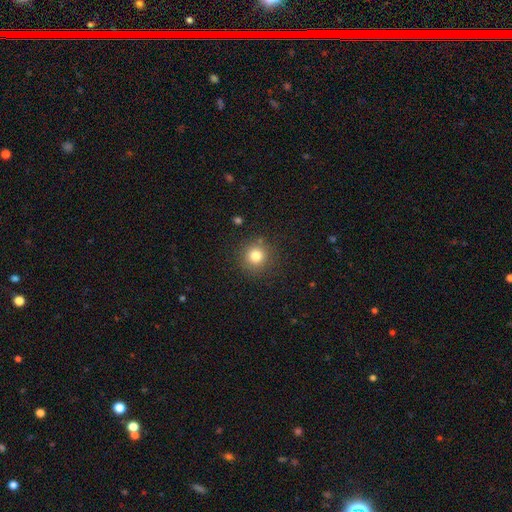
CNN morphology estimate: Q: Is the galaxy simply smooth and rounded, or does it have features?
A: smooth — 80%.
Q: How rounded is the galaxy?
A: round — 94%.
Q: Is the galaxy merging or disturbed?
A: none — 88%.